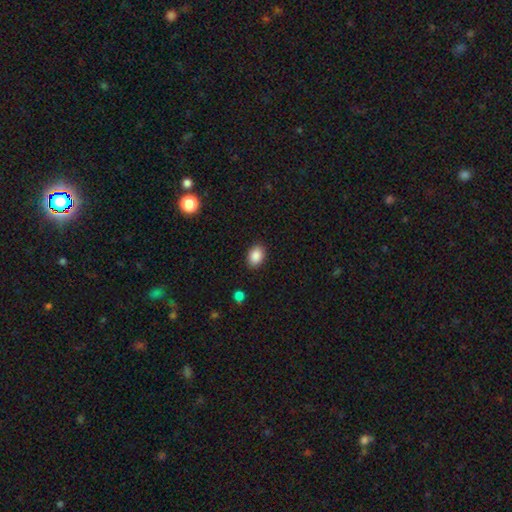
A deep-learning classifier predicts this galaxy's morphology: Smooth or featured?
  - smooth: 88% *
  - star or artifact: 8%
  - featured or disk: 4%
How rounded?
  - in between: 78% *
  - round: 21%
  - cigar-shaped: 1%
Merging?
  - none: 88% *
  - minor disturbance: 9%
  - major disturbance: 2%
  - merger: 1%